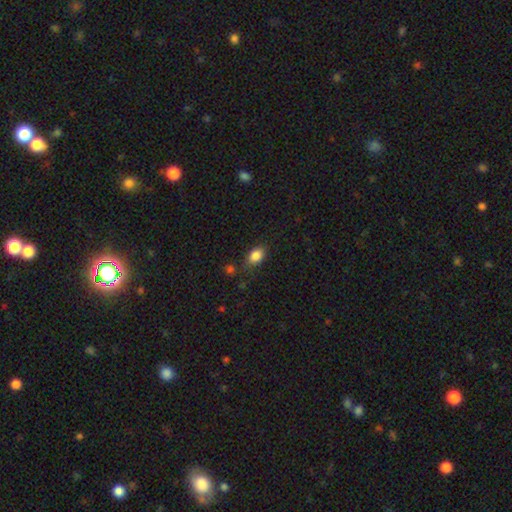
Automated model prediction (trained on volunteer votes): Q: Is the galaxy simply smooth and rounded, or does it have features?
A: smooth — 85%.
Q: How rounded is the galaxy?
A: in between — 80%.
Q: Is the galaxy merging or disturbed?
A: none — 76%.